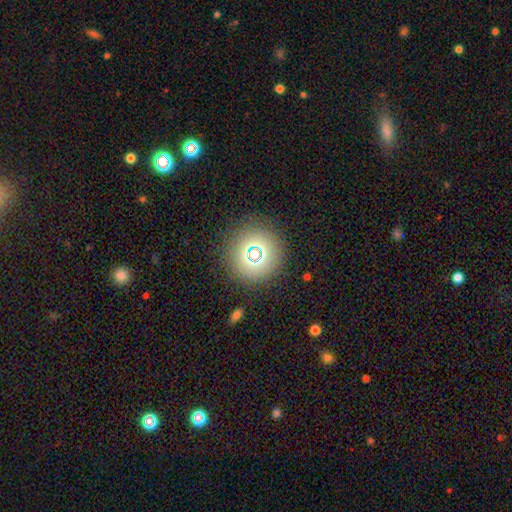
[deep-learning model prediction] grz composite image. It shows a smooth galaxy with no disk features (45%). Merging: none (84%).